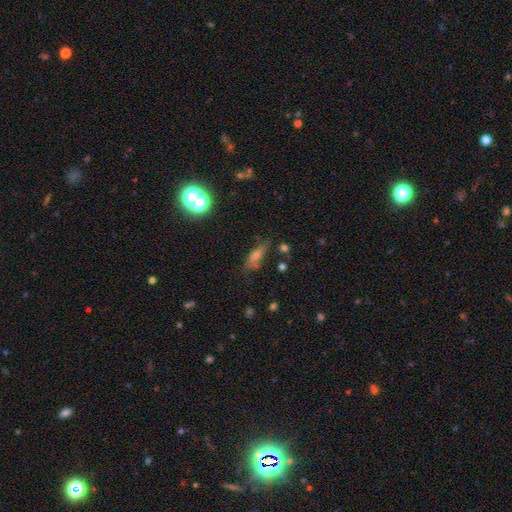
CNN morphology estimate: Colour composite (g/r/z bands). It shows a smooth galaxy with no disk features (41%). Merging: none (62%).